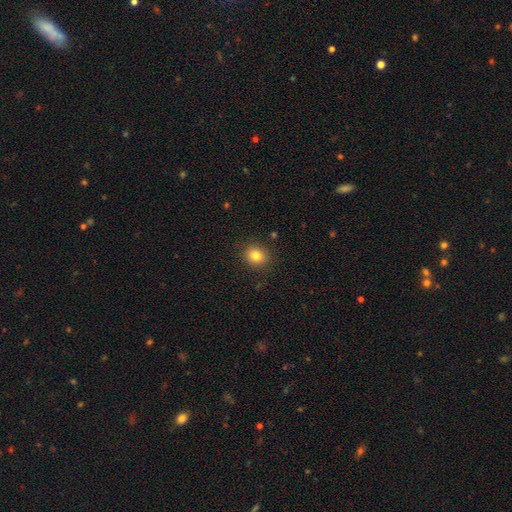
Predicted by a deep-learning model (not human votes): Smooth or featured: smooth — 82% (star or artifact — 11%)
How rounded: round — 75% (in between — 24%)
Merging: none — 88% (minor disturbance — 8%)